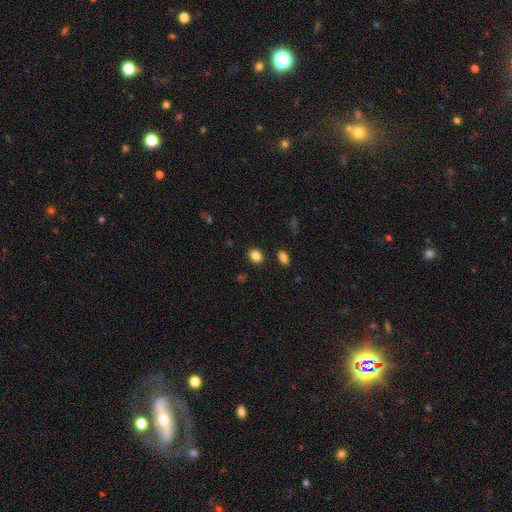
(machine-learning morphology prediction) The model was most divided on "how rounded": round: 60%, in between: 39%, cigar-shaped: 1%. More confident: merging — none (88%); smooth or featured — smooth (85%).